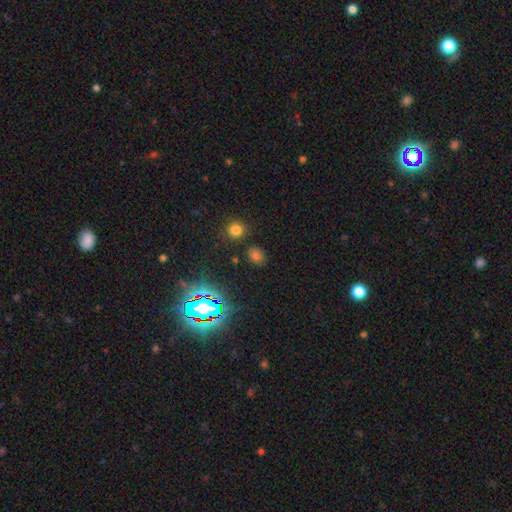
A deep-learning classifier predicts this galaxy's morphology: Q: Smooth or featured?
A: smooth (50%); runner-up: star or artifact (42%)
Q: How rounded?
A: round (63%); runner-up: in between (35%)
Q: Merging?
A: none (83%); runner-up: minor disturbance (9%)